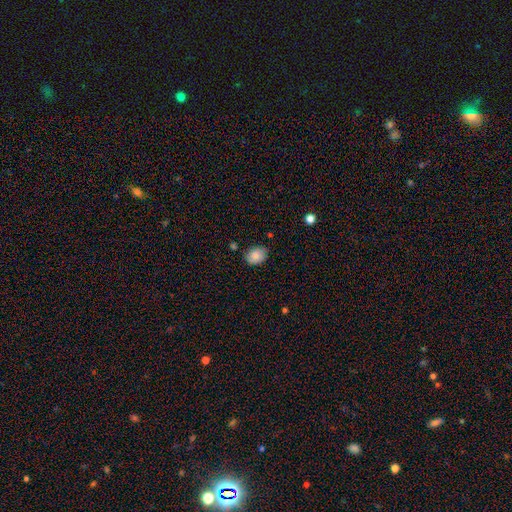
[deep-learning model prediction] A smooth galaxy with no disk features (85%) that is in between round and cigar-shaped (70%). Merging: none (78%).